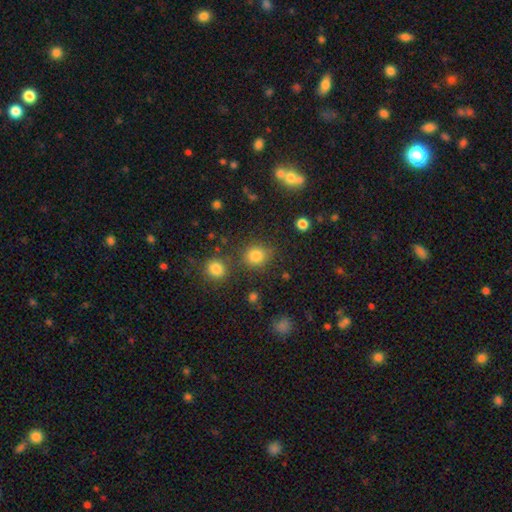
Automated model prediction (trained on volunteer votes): smooth-or-featured: smooth: 82% | star or artifact: 13% | featured or disk: 5%
  how-rounded: round: 82% | in between: 17% | cigar-shaped: 1%
  merging: none: 76% | minor disturbance: 10% | merger: 10% | major disturbance: 4%